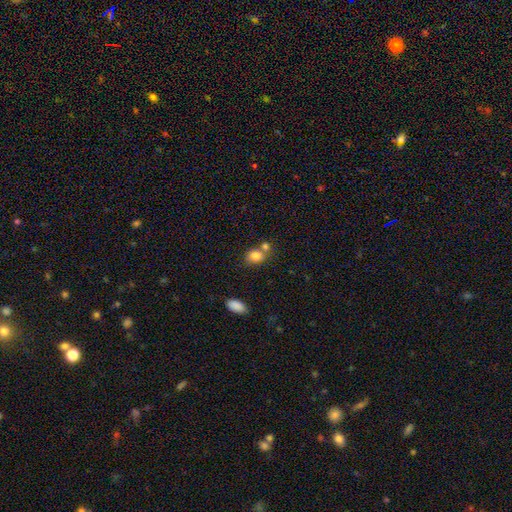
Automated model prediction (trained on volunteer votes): smooth 81%, star or artifact 10%, featured or disk 9%. Down the decision tree: how rounded — in between (56%); merging — none (47%).